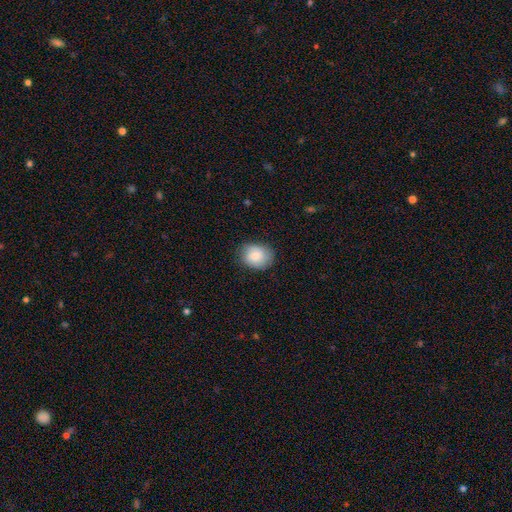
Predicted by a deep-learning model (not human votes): Smooth or featured: smooth — 79% (featured or disk — 14%)
How rounded: round — 52% (in between — 47%)
Merging: none — 77% (minor disturbance — 18%)